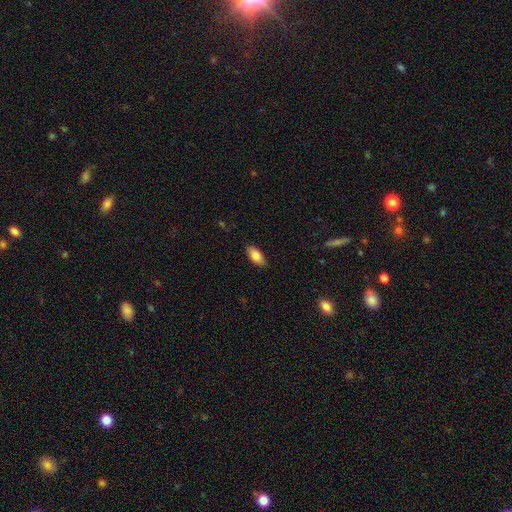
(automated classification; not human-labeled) smooth_or_featured: smooth (p=0.84) [alt: featured or disk p=0.10]
how_rounded: in between (p=0.89) [alt: cigar-shaped p=0.09]
merging: none (p=0.88) [alt: minor disturbance p=0.09]